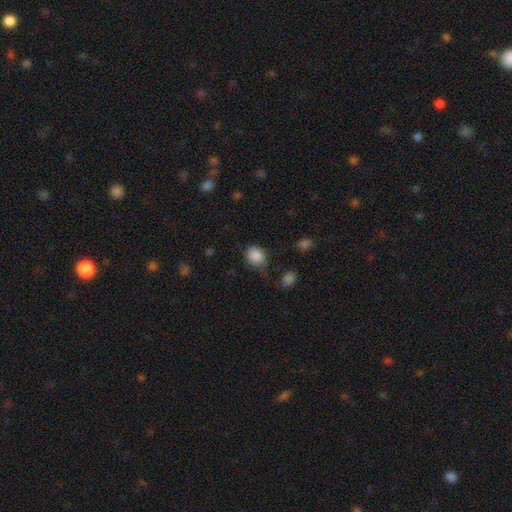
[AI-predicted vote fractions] Morphology: type=smooth (86%); roundness=round (50%); merging=none (61%).